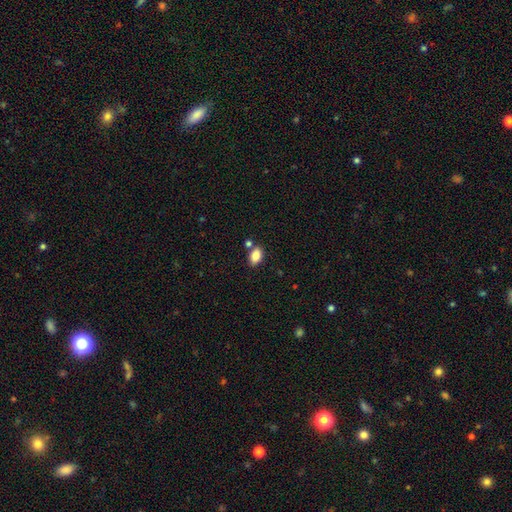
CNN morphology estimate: This is clearly a smooth galaxy (85%). How rounded: clearly in between (89%). Merging: likely none (73%).